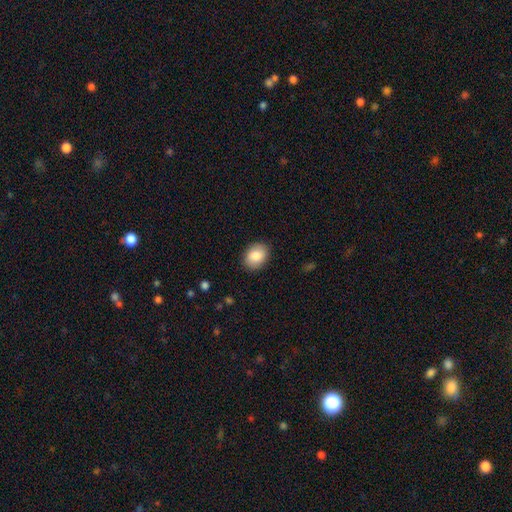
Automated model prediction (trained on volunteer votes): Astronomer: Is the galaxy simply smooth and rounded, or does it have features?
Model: smooth — 85%.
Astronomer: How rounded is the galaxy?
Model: in between — 68%.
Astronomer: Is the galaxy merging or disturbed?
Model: none — 88%.